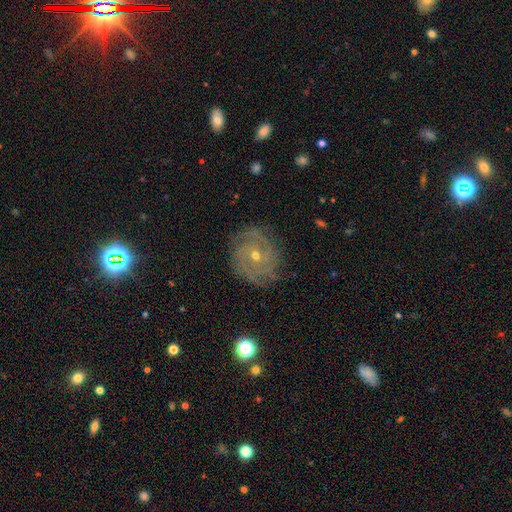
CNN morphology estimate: Q: Smooth or featured?
A: featured or disk (86%); runner-up: star or artifact (7%)
Q: Edge-on disk?
A: no (97%); runner-up: yes (3%)
Q: Bar?
A: no (73%); runner-up: weak (22%)
Q: Spiral arms?
A: yes (97%); runner-up: no (3%)
Q: Spiral winding?
A: tight (73%); runner-up: medium (23%)
Q: Spiral arm count?
A: 3 (27%); runner-up: 2 (24%)
Q: Bulge size?
A: small (59%); runner-up: moderate (38%)
Q: Merging?
A: none (82%); runner-up: minor disturbance (13%)